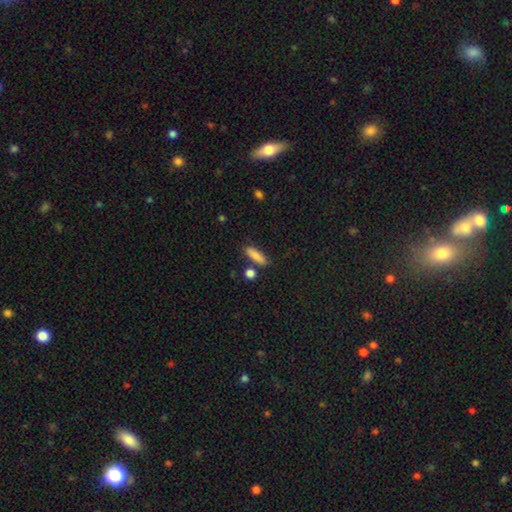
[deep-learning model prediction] The model was most divided on "how rounded": cigar-shaped: 58%, in between: 38%, round: 4%. More confident: smooth or featured — smooth (85%); merging — none (78%).